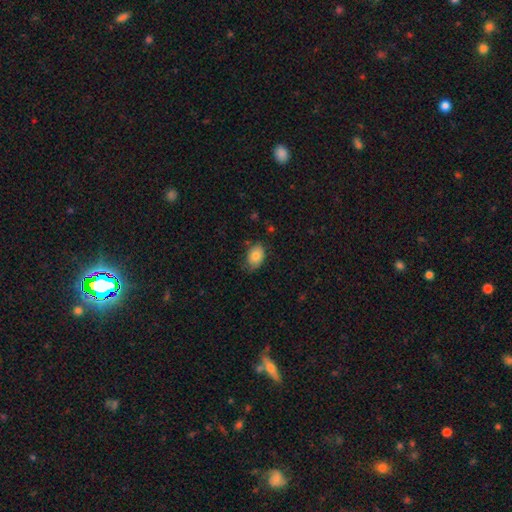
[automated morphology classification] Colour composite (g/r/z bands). It shows a smooth galaxy with no disk features (81%) that is in between round and cigar-shaped (81%). Merging: none (70%).